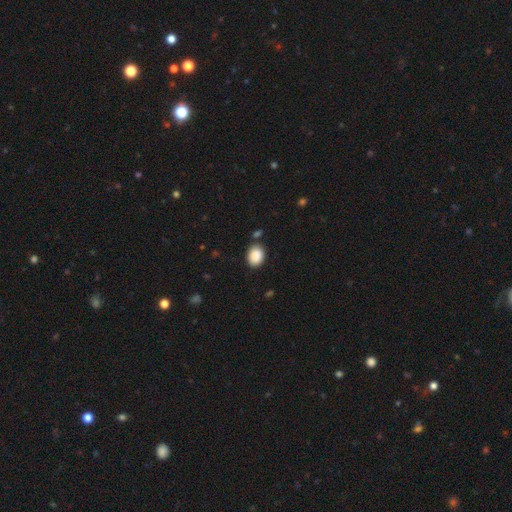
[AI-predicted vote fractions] smooth 89%, star or artifact 7%, featured or disk 4%. Down the decision tree: how rounded — in between (65%); merging — none (82%).